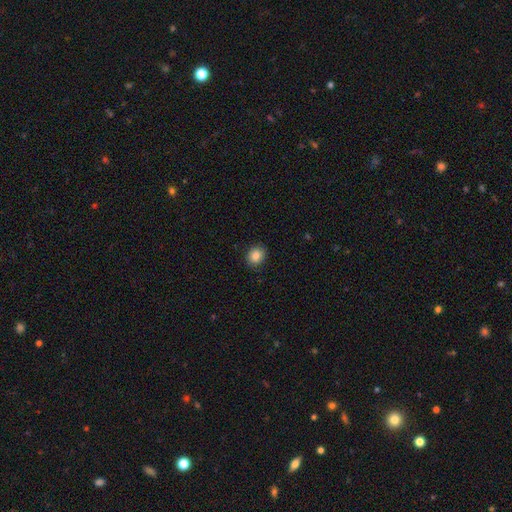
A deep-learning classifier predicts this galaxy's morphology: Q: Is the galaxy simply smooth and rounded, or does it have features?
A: smooth — 85%.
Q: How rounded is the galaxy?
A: round — 69%.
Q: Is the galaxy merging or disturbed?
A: none — 89%.